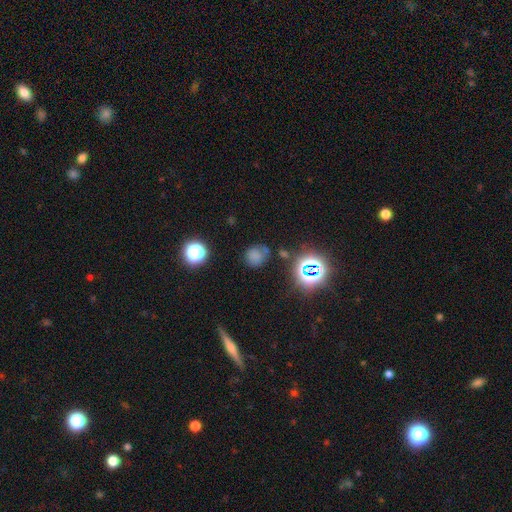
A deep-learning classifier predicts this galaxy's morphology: type=smooth (66%); roundness=round (80%); merging=none (63%).